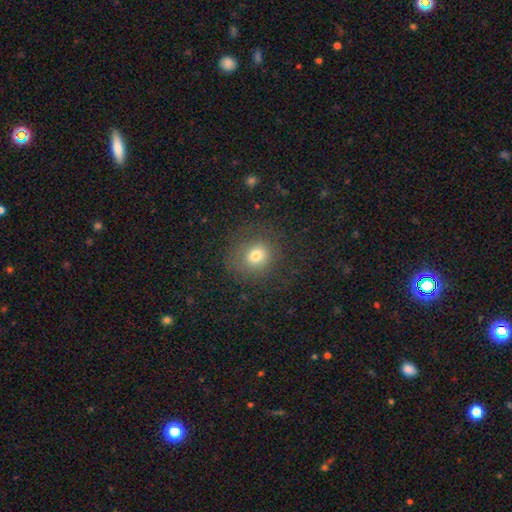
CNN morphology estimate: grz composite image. It shows a smooth galaxy with no disk features (74%) that is round (81%). Merging: none (77%).